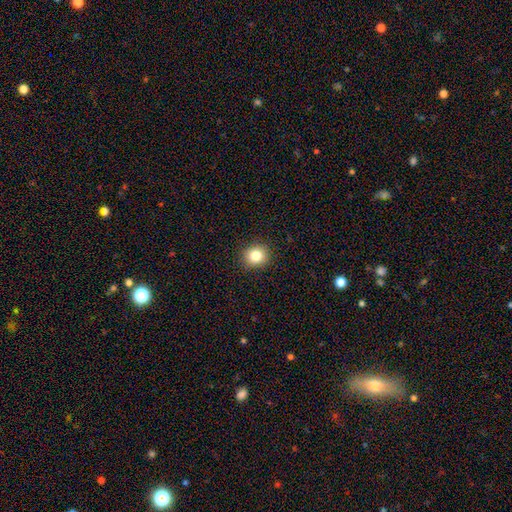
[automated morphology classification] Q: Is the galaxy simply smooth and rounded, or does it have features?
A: smooth — 83%.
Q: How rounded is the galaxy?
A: round — 84%.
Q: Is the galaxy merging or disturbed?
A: none — 91%.